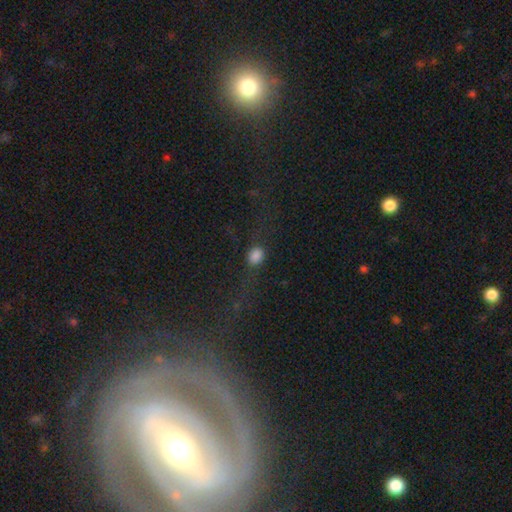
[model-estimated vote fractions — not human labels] smooth-or-featured: smooth: 77% | star or artifact: 15% | featured or disk: 7%
  how-rounded: in between: 56% | round: 40% | cigar-shaped: 4%
  merging: none: 64% | minor disturbance: 16% | major disturbance: 15% | merger: 5%